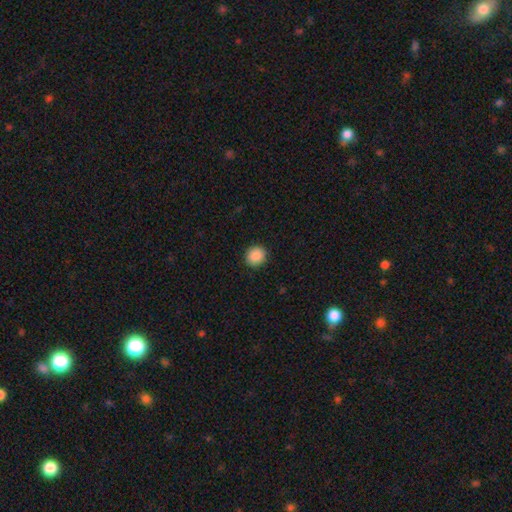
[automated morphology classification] The model was most divided on "how rounded": round: 87%, in between: 12%, cigar-shaped: 1%. More confident: merging — none (91%); smooth or featured — smooth (89%).